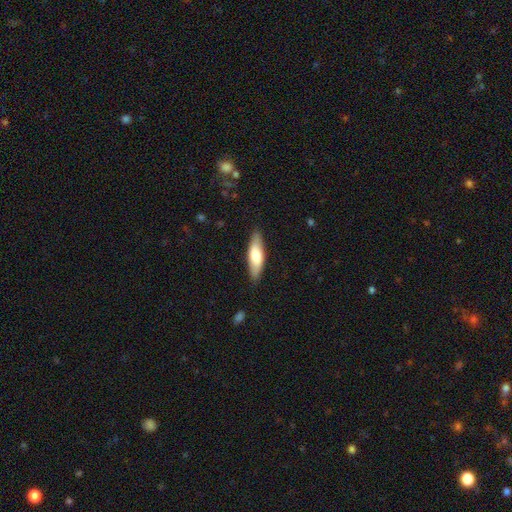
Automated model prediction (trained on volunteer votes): The model was most divided on "how rounded": cigar-shaped: 52%, in between: 46%, round: 2%. More confident: merging — none (86%); smooth or featured — smooth (68%).